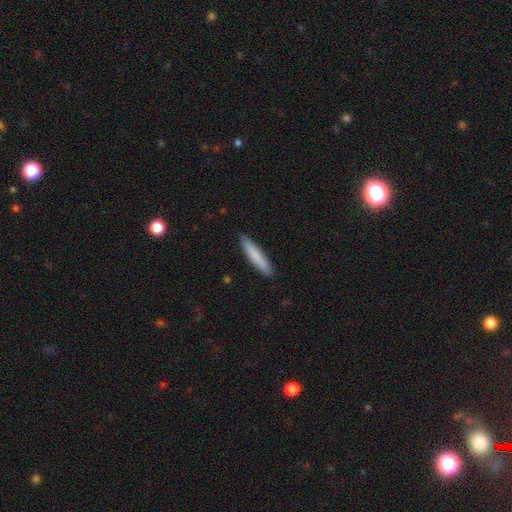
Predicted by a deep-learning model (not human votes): Smooth or featured?
  - smooth: 82% *
  - featured or disk: 13%
  - star or artifact: 5%
How rounded?
  - cigar-shaped: 89% *
  - in between: 9%
  - round: 1%
Merging?
  - none: 90% *
  - minor disturbance: 8%
  - major disturbance: 1%
  - merger: 1%